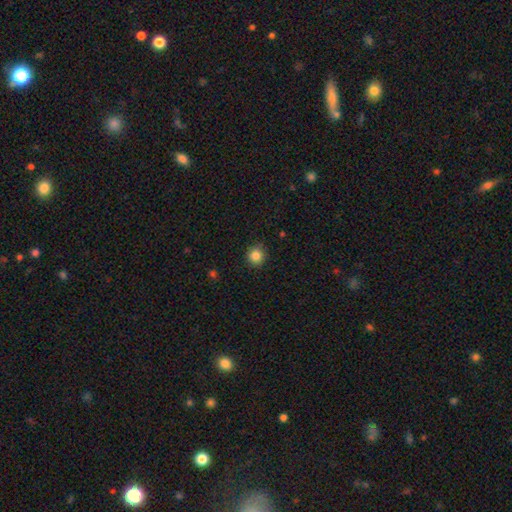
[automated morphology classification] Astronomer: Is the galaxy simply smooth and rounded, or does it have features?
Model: smooth — 85%.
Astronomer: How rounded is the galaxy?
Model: round — 92%.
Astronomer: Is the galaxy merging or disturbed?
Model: none — 90%.